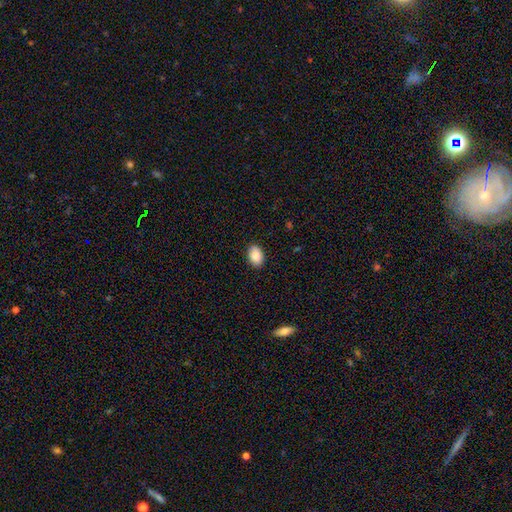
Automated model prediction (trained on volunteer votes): A smooth galaxy with no disk features (88%) that is in between round and cigar-shaped (87%).

Vote fractions:
- Smooth or featured? smooth: 88% / star or artifact: 7% / featured or disk: 5%
- How rounded? in between: 87% / round: 12% / cigar-shaped: 1%
- Merging? none: 90% / minor disturbance: 8% / major disturbance: 2% / merger: 1%